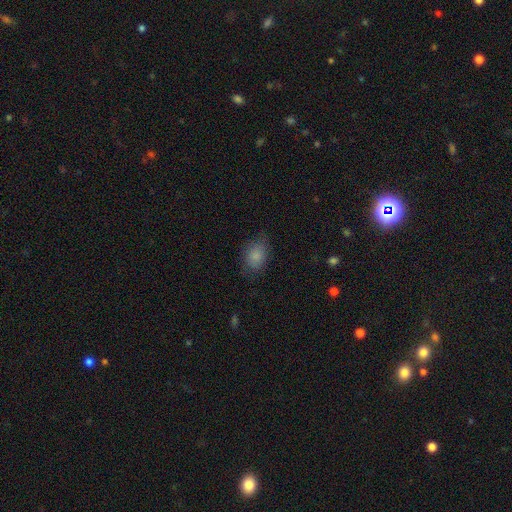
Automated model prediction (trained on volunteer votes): smooth_or_featured: smooth (p=0.84) [alt: star or artifact p=0.09]
how_rounded: in between (p=0.75) [alt: round p=0.23]
merging: none (p=0.73) [alt: minor disturbance p=0.20]